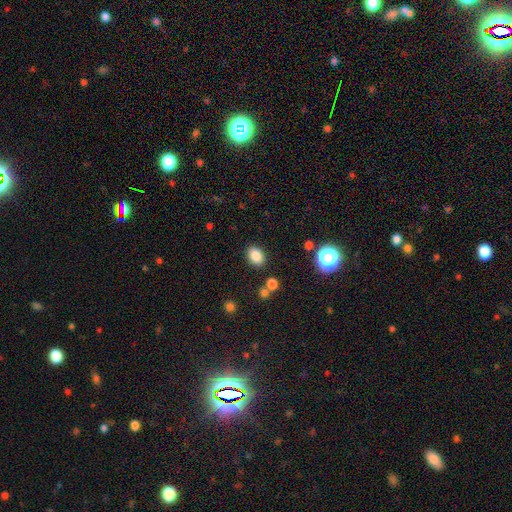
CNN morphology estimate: This is clearly a smooth galaxy (85%). How rounded: likely in between (72%). Merging: clearly none (85%).